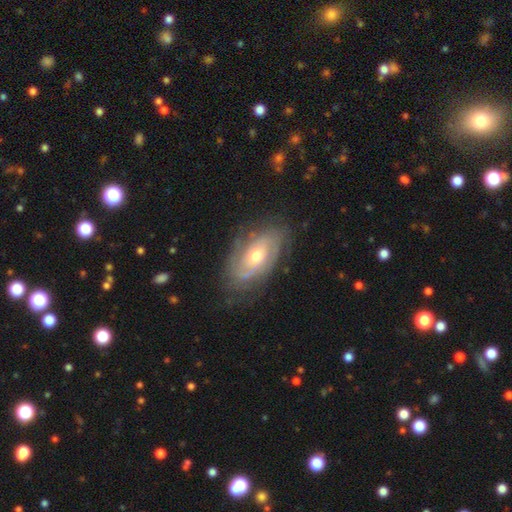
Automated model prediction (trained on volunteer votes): smooth-or-featured: featured or disk: 76% | smooth: 18% | star or artifact: 6%
  disk-edge-on: no: 93% | yes: 7%
    bar: no: 66% | weak: 28% | strong: 7%
    has-spiral-arms: yes: 87% | no: 13%
      spiral-winding: tight: 58% | medium: 31% | loose: 12%
      spiral-arm-count: can't tell: 42% | 2: 33% | 3: 12% | 1: 5% | 4: 4% | more than 4: 3%
    bulge-size: moderate: 66% | small: 27% | large: 5% | none: 1% | dominant: 1%
  merging: none: 73% | minor disturbance: 19% | major disturbance: 7% | merger: 1%